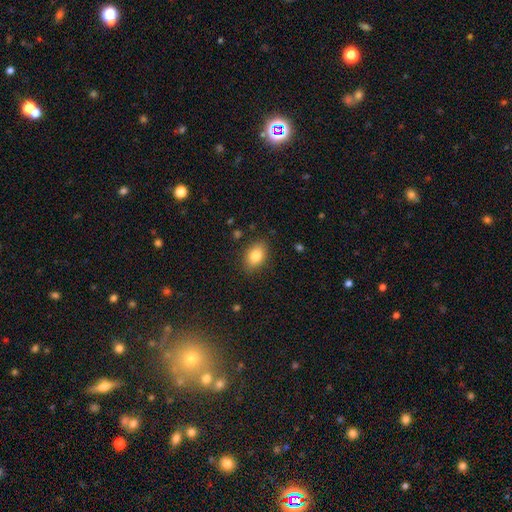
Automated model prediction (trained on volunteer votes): smooth-or-featured: smooth: 83% | featured or disk: 9% | star or artifact: 8%
  how-rounded: in between: 85% | round: 13% | cigar-shaped: 2%
  merging: none: 86% | minor disturbance: 10% | major disturbance: 3% | merger: 1%